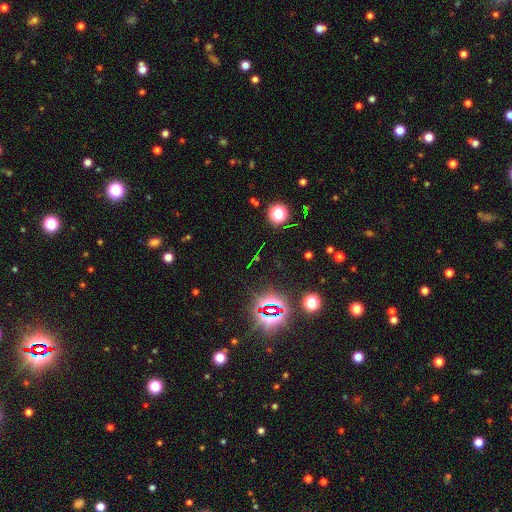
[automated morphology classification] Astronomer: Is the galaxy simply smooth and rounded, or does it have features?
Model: star or artifact — 78%.